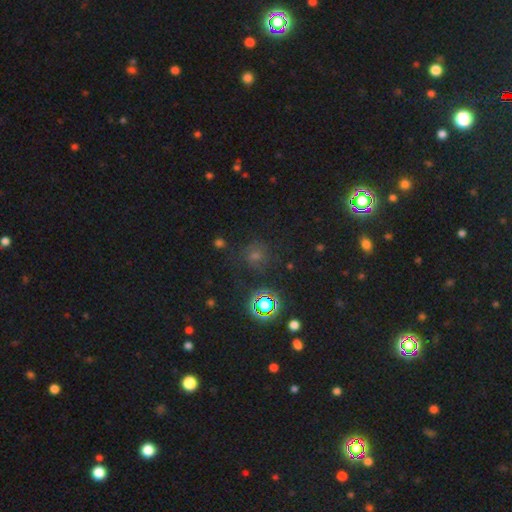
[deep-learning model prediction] The model was most divided on "smooth or featured": smooth: 48%, star or artifact: 40%, featured or disk: 11%. More confident: merging — none (75%).